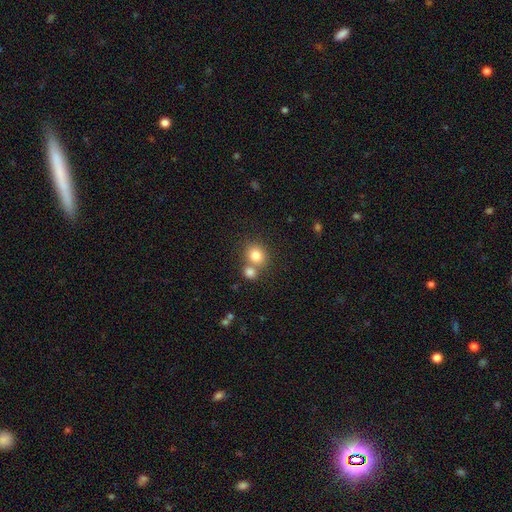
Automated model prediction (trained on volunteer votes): This appears to be a smooth galaxy with no disk features (82%) that is round (73%). Merging: none (53%).